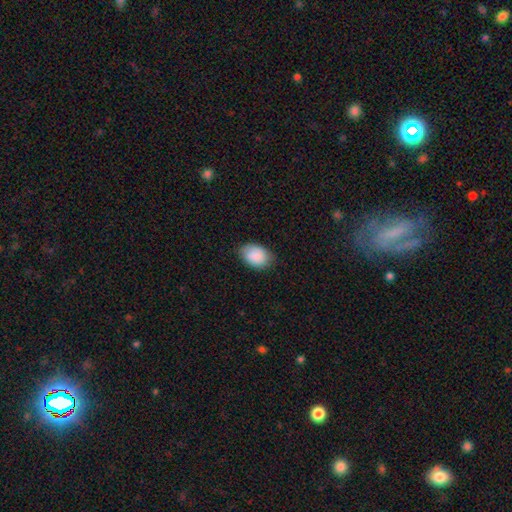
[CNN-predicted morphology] smooth_or_featured: smooth (p=0.89) [alt: star or artifact p=0.07]
how_rounded: in between (p=0.82) [alt: round p=0.17]
merging: none (p=0.79) [alt: minor disturbance p=0.17]